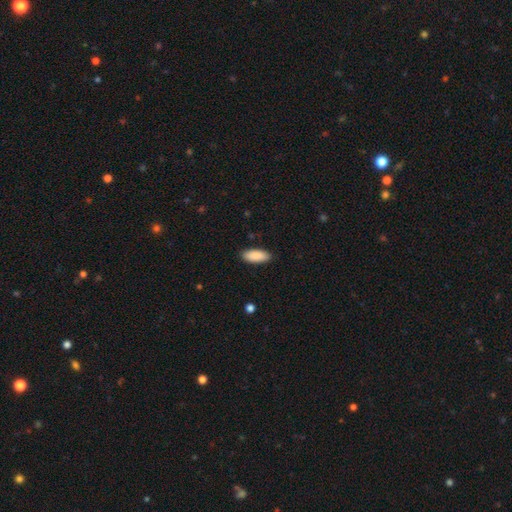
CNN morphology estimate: Q: Smooth or featured?
A: smooth (90%); runner-up: star or artifact (6%)
Q: How rounded?
A: in between (81%); runner-up: cigar-shaped (18%)
Q: Merging?
A: none (89%); runner-up: minor disturbance (9%)